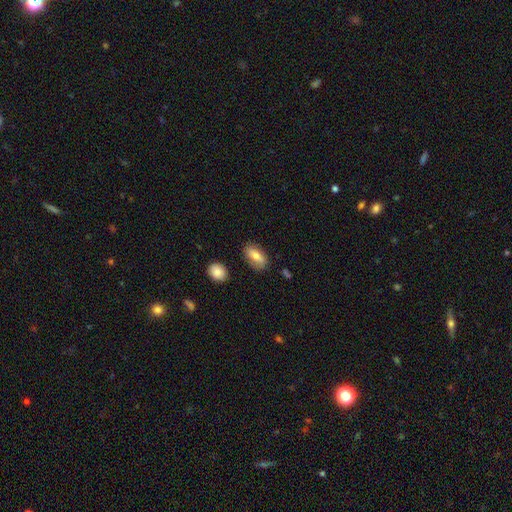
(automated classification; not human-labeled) Smooth or featured: smooth — 73% (featured or disk — 20%)
How rounded: in between — 87% (cigar-shaped — 7%)
Merging: none — 80% (minor disturbance — 14%)